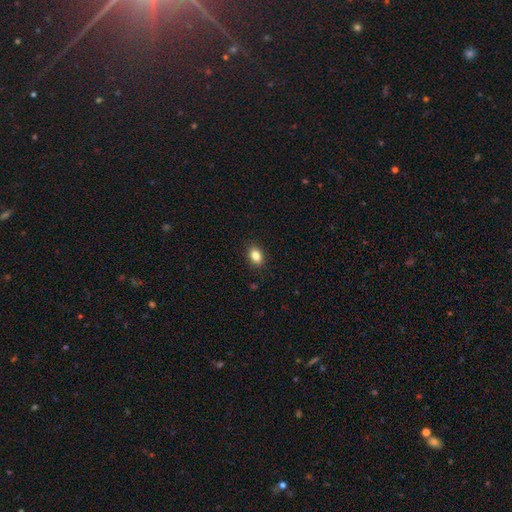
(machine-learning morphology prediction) smooth-or-featured: smooth: 84% | star or artifact: 10% | featured or disk: 7%
  how-rounded: in between: 77% | round: 22% | cigar-shaped: 1%
  merging: none: 89% | minor disturbance: 8% | major disturbance: 2% | merger: 1%